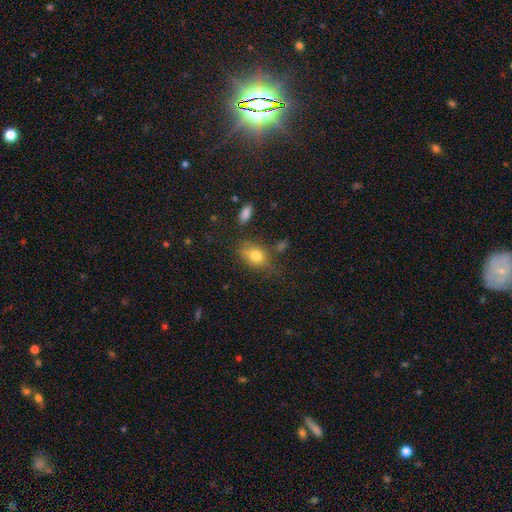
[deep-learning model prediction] A smooth galaxy with no disk features (78%) that is in between round and cigar-shaped (71%).

Vote fractions:
- Smooth or featured? smooth: 78% / featured or disk: 12% / star or artifact: 10%
- How rounded? in between: 71% / round: 27% / cigar-shaped: 2%
- Merging? none: 62% / minor disturbance: 23% / major disturbance: 8% / merger: 7%